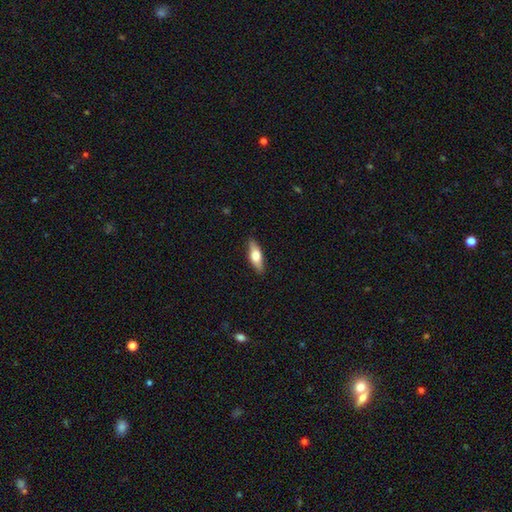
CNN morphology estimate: This appears to be a smooth galaxy with no disk features (58%) that is in between round and cigar-shaped (56%). Merging: none (87%).